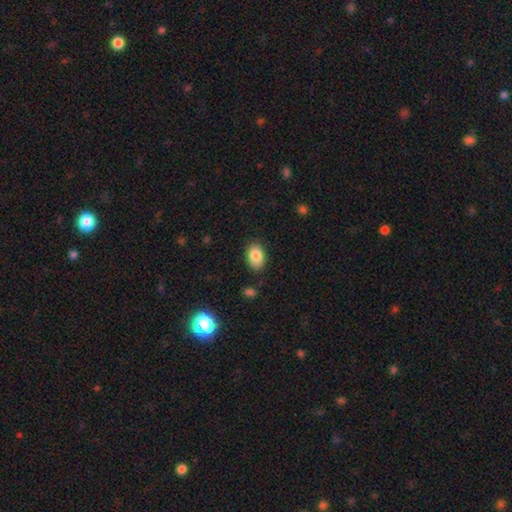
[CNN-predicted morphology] type=smooth (85%); roundness=in between (84%); merging=none (85%).